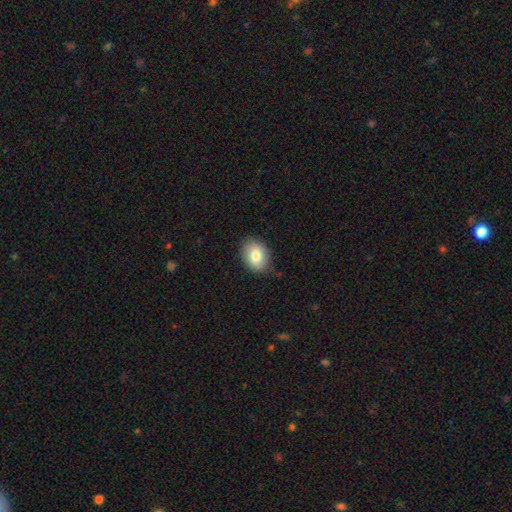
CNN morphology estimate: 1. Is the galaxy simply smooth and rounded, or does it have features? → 82% smooth, 10% featured or disk, 8% star or artifact.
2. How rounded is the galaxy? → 77% in between, 21% round, 1% cigar-shaped.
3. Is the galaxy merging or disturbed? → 84% none, 13% minor disturbance, 2% major disturbance, 1% merger.